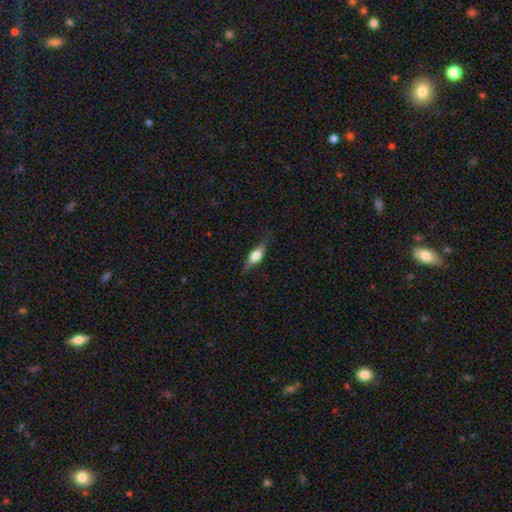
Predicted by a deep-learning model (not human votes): Overall: featured or disk (61%; smooth 32%). Edge-on disk: yes (95%). Edge-on bulge: rounded (91%). Merging: none (80%).